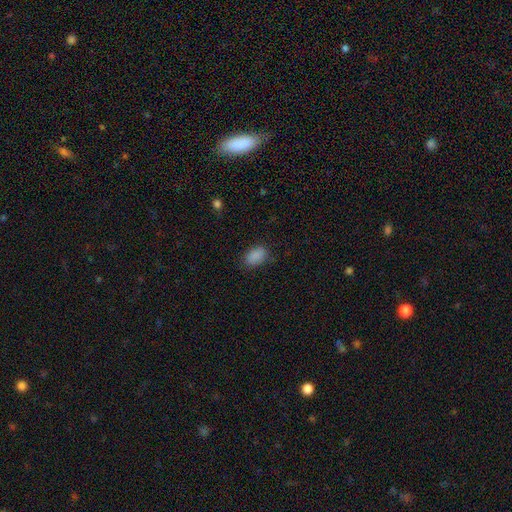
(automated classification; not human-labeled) smooth-or-featured: smooth: 88% | star or artifact: 9% | featured or disk: 3%
  how-rounded: in between: 88% | round: 10% | cigar-shaped: 1%
  merging: none: 82% | minor disturbance: 13% | major disturbance: 3% | merger: 1%